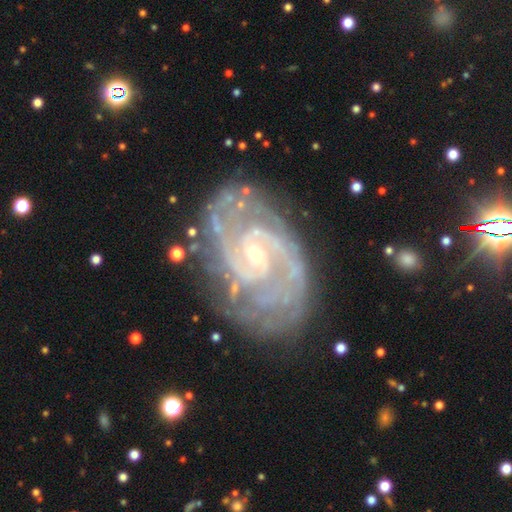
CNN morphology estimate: type=featured or disk (92%); edge-on=no (97%); bar=weak (48%); spiral arms=yes (98%); winding=tight (64%); arm count=2 (57%); bulge=small (64%); merging=none (76%).